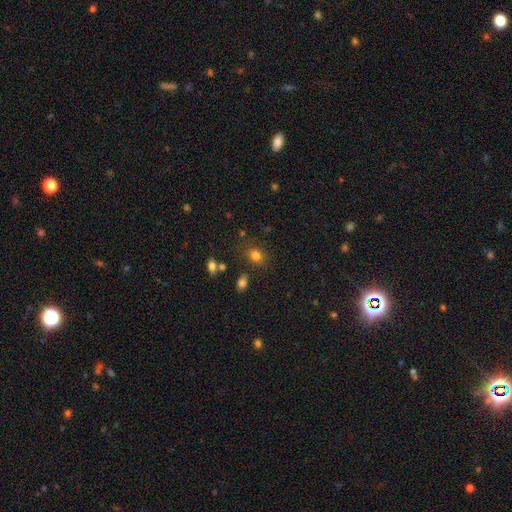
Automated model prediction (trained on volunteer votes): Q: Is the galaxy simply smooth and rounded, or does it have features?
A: smooth — 80%.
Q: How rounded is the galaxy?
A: in between — 52%.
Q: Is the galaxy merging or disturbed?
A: none — 78%.